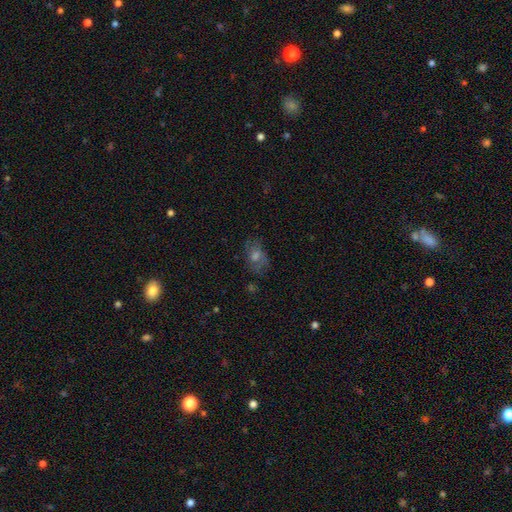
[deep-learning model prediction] This is marginally a smooth galaxy (39%). Merging: likely none (72%).